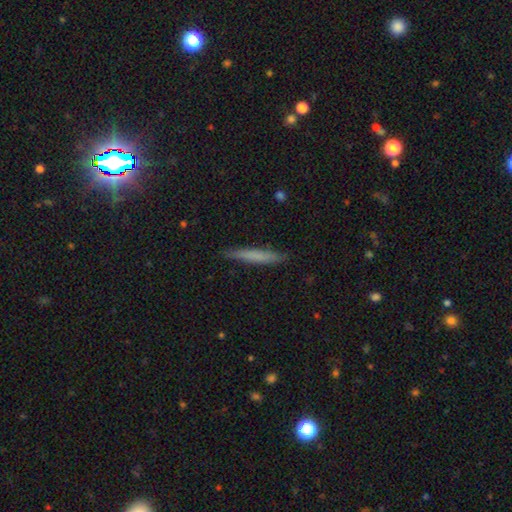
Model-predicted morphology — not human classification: Smooth or featured?
  - smooth: 67% *
  - featured or disk: 27%
  - star or artifact: 7%
How rounded?
  - cigar-shaped: 95% *
  - in between: 3%
  - round: 1%
Merging?
  - none: 88% *
  - minor disturbance: 9%
  - major disturbance: 2%
  - merger: 1%